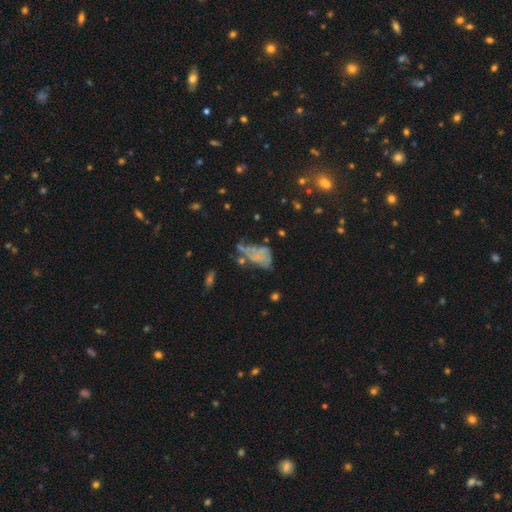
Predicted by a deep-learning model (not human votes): Smooth or featured?
  - smooth: 40% *
  - featured or disk: 37%
  - star or artifact: 23%
Merging?
  - major disturbance: 35% *
  - none: 29%
  - minor disturbance: 21%
  - merger: 15%